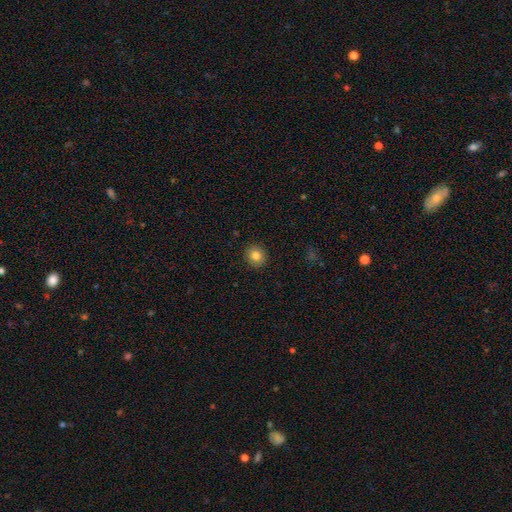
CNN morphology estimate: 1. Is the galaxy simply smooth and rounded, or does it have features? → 82% smooth, 10% star or artifact, 9% featured or disk.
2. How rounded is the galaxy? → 82% round, 17% in between, 1% cigar-shaped.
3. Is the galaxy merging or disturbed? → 91% none, 7% minor disturbance, 2% major disturbance, 1% merger.